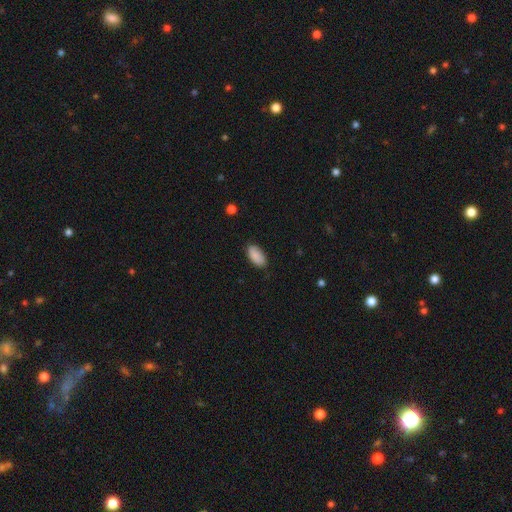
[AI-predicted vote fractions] The model was most divided on "merging": none: 84%, minor disturbance: 13%, major disturbance: 2%, merger: 1%. More confident: how rounded — in between (94%); smooth or featured — smooth (90%).